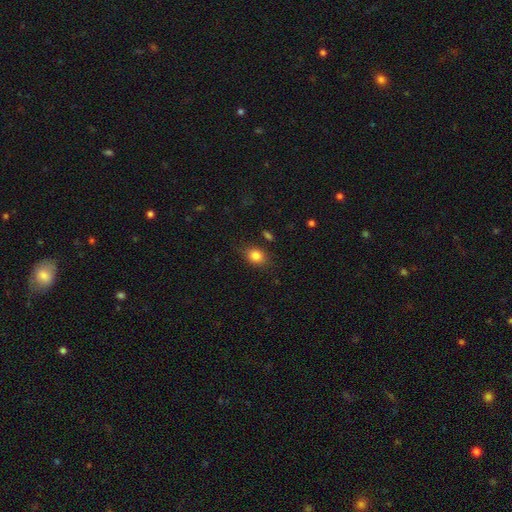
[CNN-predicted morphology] Overall: smooth (84%). How rounded: in between (61%; round 37%). Merging: none (80%).